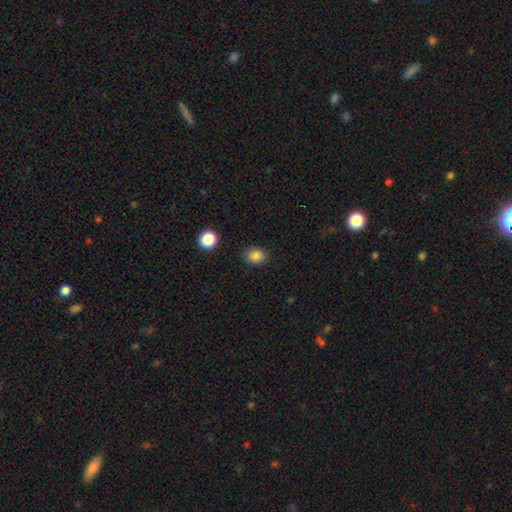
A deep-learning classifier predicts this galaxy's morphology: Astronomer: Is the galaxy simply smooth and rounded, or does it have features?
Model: smooth — 84%.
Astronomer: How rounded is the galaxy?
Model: round — 51% (runner-up: in between, 48%).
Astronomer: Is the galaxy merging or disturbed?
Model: none — 87%.